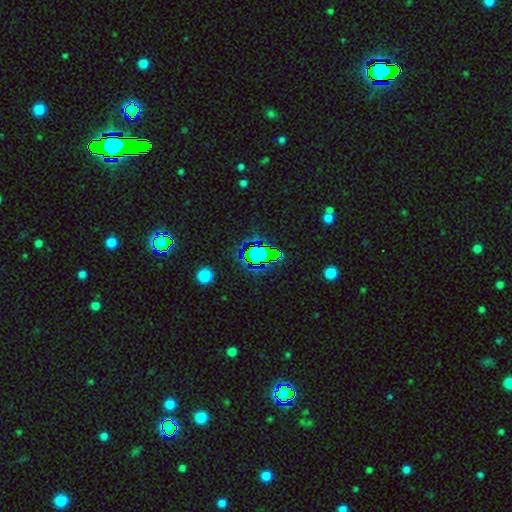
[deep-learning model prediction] This appears to be a star or artifact, not a galaxy (64%).